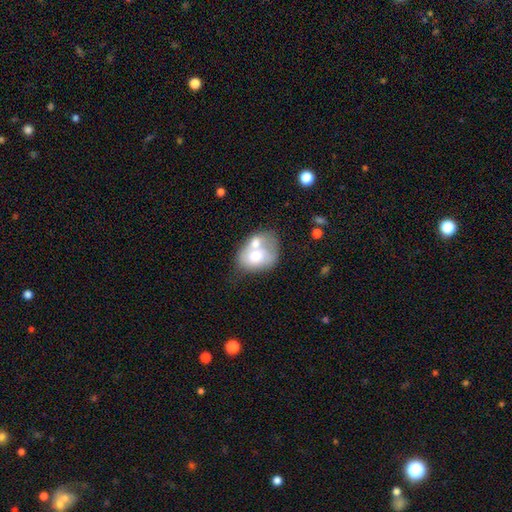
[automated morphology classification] A smooth galaxy with no disk features (61%) that is in between round and cigar-shaped (67%).

Vote fractions:
- Smooth or featured? smooth: 61% / featured or disk: 33% / star or artifact: 7%
- How rounded? in between: 67% / round: 32% / cigar-shaped: 1%
- Merging? merger: 56% / none: 22% / minor disturbance: 13% / major disturbance: 8%